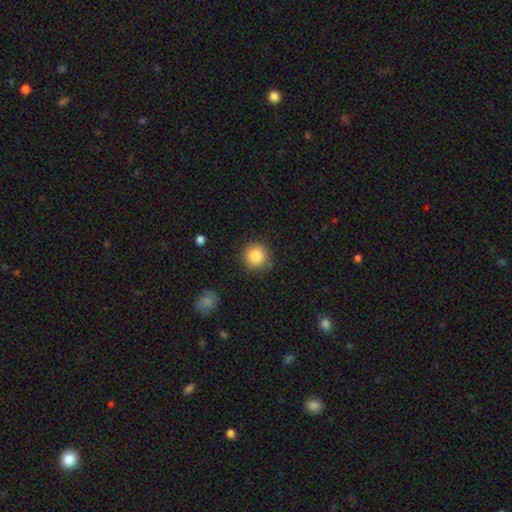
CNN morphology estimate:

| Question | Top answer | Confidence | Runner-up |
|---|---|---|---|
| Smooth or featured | smooth | 86% | star or artifact (9%) |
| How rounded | round | 92% | in between (7%) |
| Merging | none | 85% | minor disturbance (10%) |